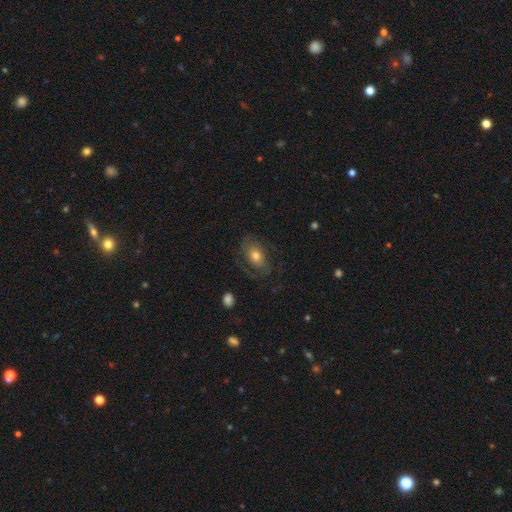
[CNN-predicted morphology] A featured or disk galaxy (47%).

Vote fractions:
- Smooth or featured? featured or disk: 47% / smooth: 44% / star or artifact: 9%
- Merging? none: 62% / minor disturbance: 20% / major disturbance: 17% / merger: 2%